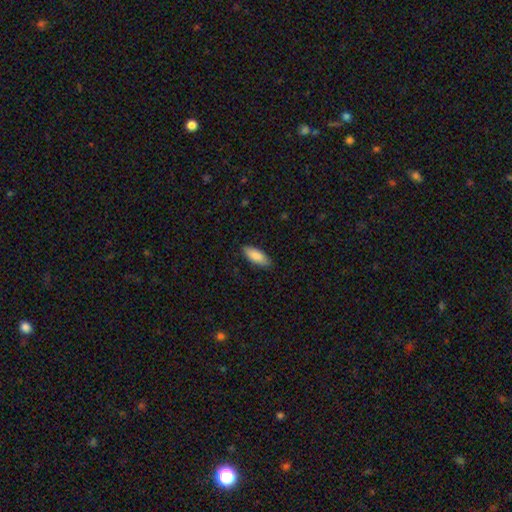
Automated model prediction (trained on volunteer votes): The model was most divided on "how rounded": in between: 75%, cigar-shaped: 23%, round: 2%. More confident: smooth or featured — smooth (86%); merging — none (86%).